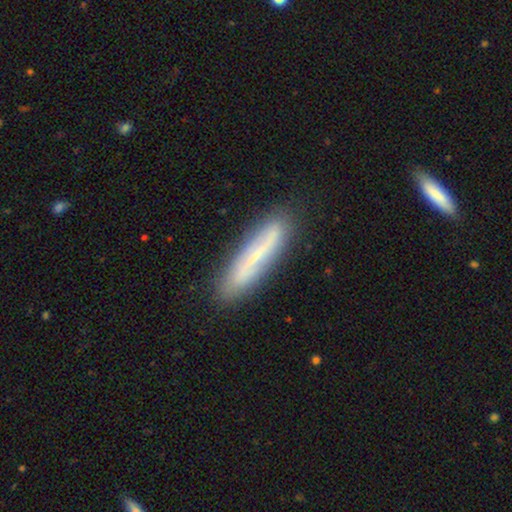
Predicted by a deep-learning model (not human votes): Smooth or featured: featured or disk — 56% (smooth — 37%)
Edge-on disk: no — 51% (yes — 49%)
Merging: none — 84% (minor disturbance — 11%)